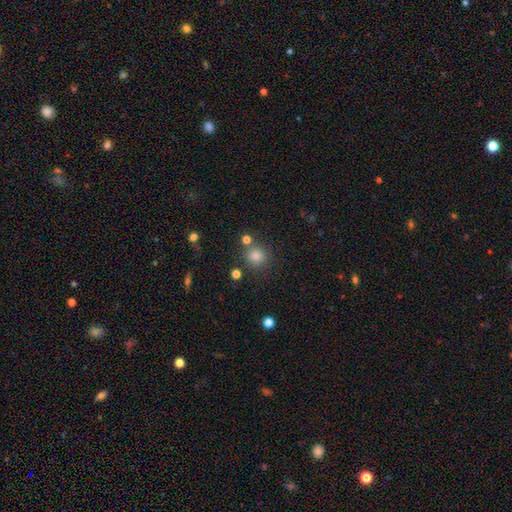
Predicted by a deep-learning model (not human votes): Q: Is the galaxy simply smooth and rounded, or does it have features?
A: smooth — 78%.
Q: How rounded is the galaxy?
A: round — 89%.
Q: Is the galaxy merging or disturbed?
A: none — 78%.